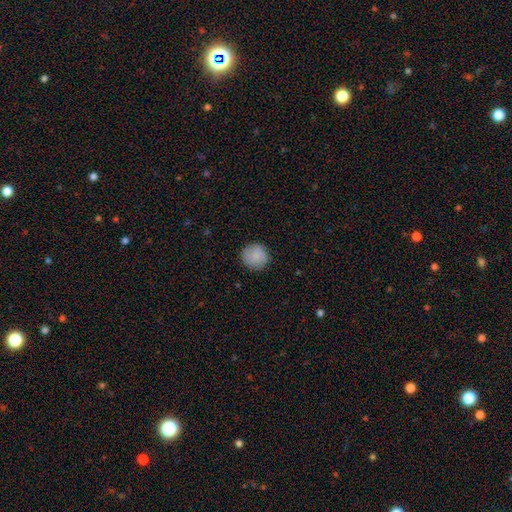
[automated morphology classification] Smooth or featured?
  - smooth: 85% *
  - featured or disk: 8%
  - star or artifact: 7%
How rounded?
  - round: 93% *
  - in between: 6%
  - cigar-shaped: 1%
Merging?
  - none: 87% *
  - minor disturbance: 10%
  - major disturbance: 2%
  - merger: 1%